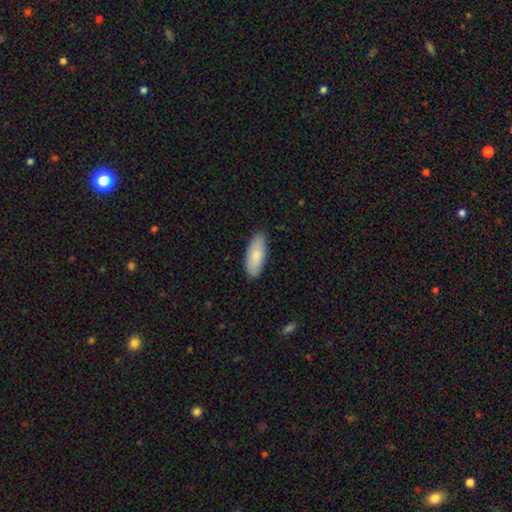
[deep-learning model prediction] Smooth or featured?
  - smooth: 84% *
  - featured or disk: 11%
  - star or artifact: 5%
How rounded?
  - in between: 80% *
  - cigar-shaped: 19%
  - round: 2%
Merging?
  - none: 84% *
  - minor disturbance: 13%
  - major disturbance: 2%
  - merger: 1%